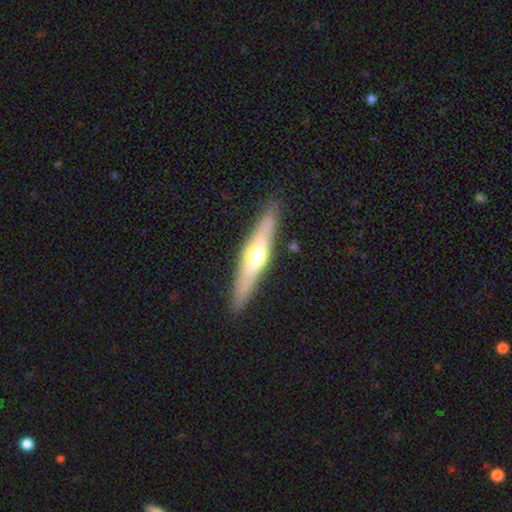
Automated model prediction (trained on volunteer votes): Smooth or featured: featured or disk — 56% (smooth — 38%)
Edge-on disk: yes — 90% (no — 10%)
Edge-on bulge: rounded — 90% (none — 6%)
Merging: none — 88% (minor disturbance — 8%)